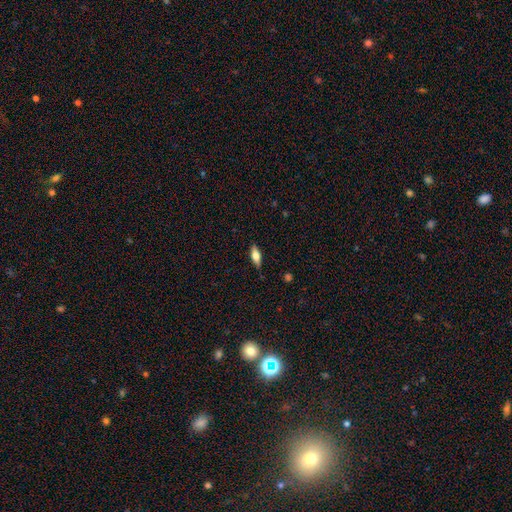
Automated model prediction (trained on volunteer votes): This is possibly a smooth galaxy (60%). How rounded: likely in between (66%). Merging: clearly none (85%).